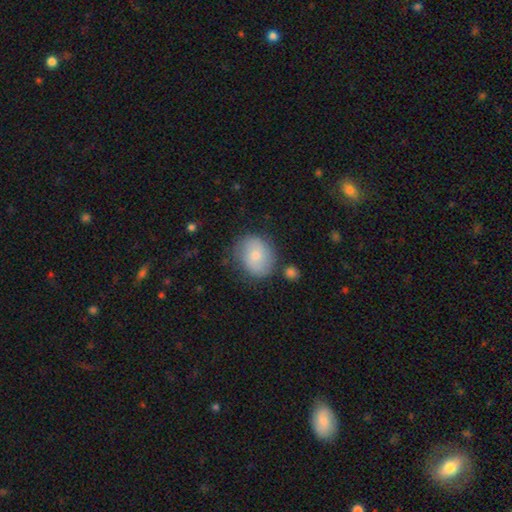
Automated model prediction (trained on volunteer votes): Morphology: type=smooth (68%); roundness=round (66%); merging=none (74%).